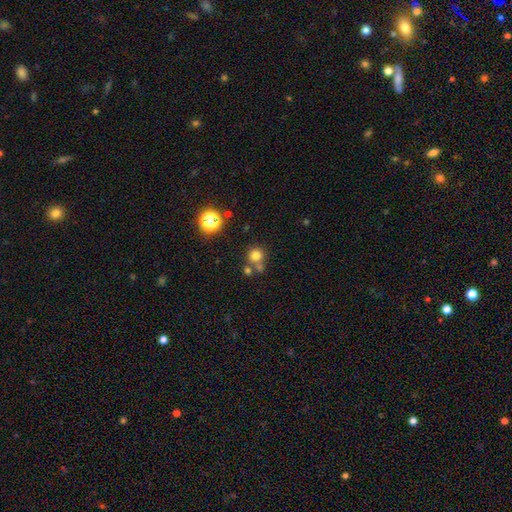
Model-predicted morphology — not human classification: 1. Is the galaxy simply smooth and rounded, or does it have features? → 74% smooth, 18% star or artifact, 8% featured or disk.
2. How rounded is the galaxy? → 91% round, 8% in between, 1% cigar-shaped.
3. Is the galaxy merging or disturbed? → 64% none, 24% merger, 8% minor disturbance, 4% major disturbance.